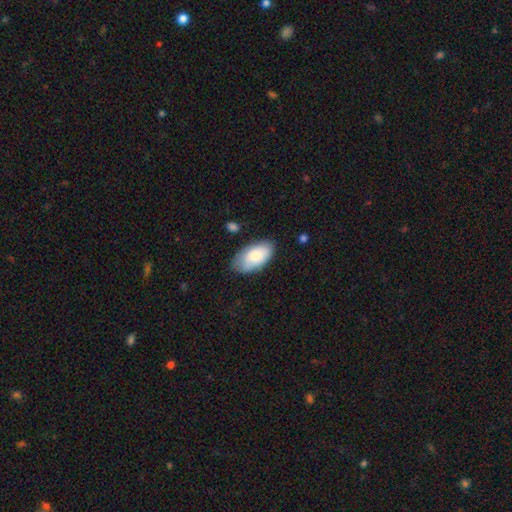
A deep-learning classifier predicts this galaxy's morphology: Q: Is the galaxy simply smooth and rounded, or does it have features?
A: smooth — 76%.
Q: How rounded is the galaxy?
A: in between — 95%.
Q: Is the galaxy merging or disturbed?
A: none — 71%.